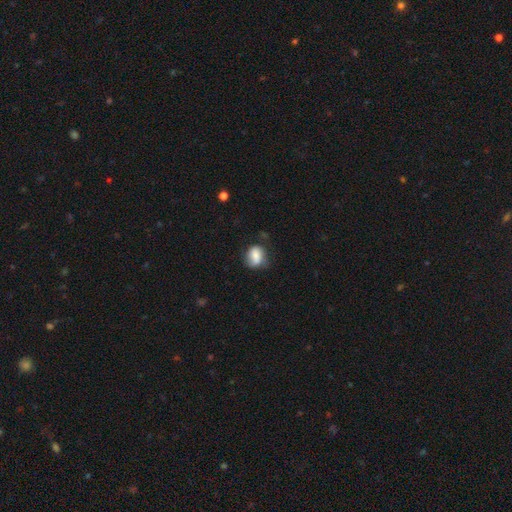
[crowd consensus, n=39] smooth-or-featured: smooth: 74% | featured or disk: 23% | star or artifact: 3%
  how-rounded: round: 62% | in between: 38% | cigar-shaped: 0%
  merging: none: 58% | minor disturbance: 26% | major disturbance: 11% | merger: 5%